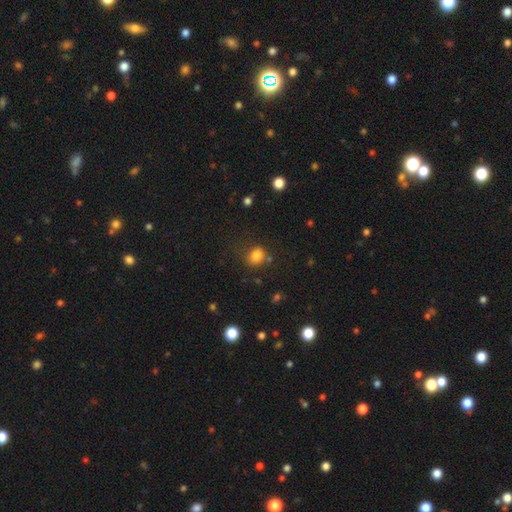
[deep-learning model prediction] Smooth or featured?
  - smooth: 81% *
  - star or artifact: 13%
  - featured or disk: 7%
How rounded?
  - round: 65% *
  - in between: 34%
  - cigar-shaped: 1%
Merging?
  - none: 69% *
  - minor disturbance: 17%
  - major disturbance: 7%
  - merger: 7%